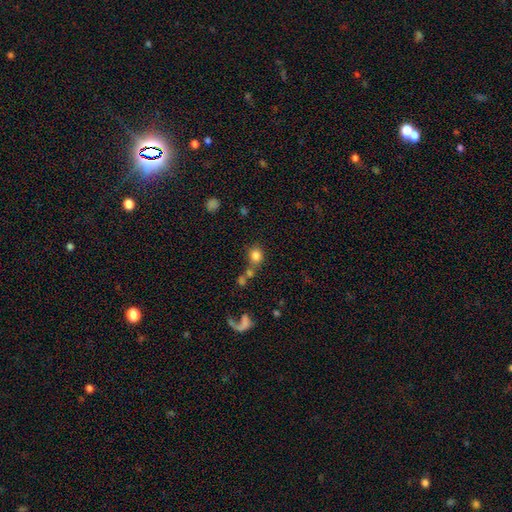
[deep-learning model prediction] Morphology: type=smooth (81%); roundness=round (78%); merging=none (56%).